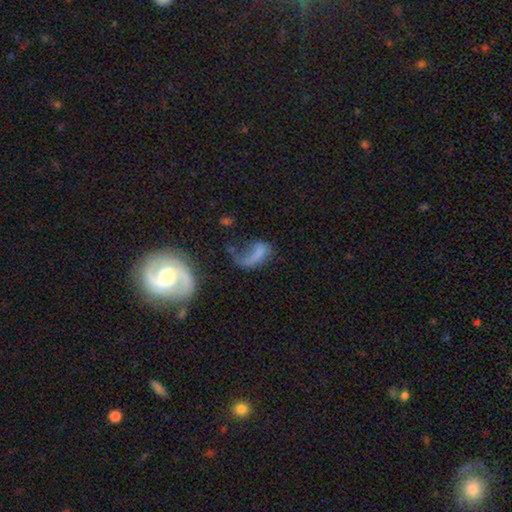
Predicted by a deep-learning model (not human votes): Smooth or featured? smooth (49%)
Merging? major disturbance (54%)